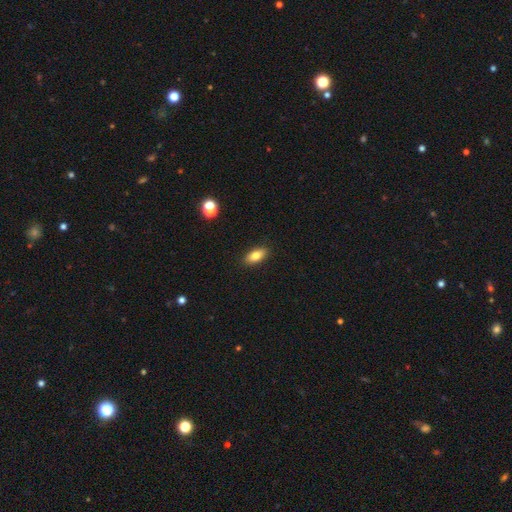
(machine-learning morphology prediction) A smooth galaxy with no disk features (79%) that is in between round and cigar-shaped (86%).

Vote fractions:
- Smooth or featured? smooth: 79% / featured or disk: 13% / star or artifact: 8%
- How rounded? in between: 86% / cigar-shaped: 11% / round: 4%
- Merging? none: 89% / minor disturbance: 8% / major disturbance: 2% / merger: 1%